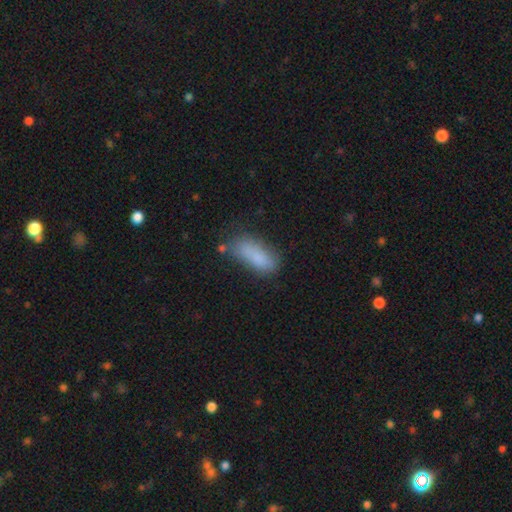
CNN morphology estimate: smooth-or-featured: smooth: 81% | featured or disk: 10% | star or artifact: 8%
  how-rounded: in between: 74% | cigar-shaped: 24% | round: 2%
  merging: none: 55% | minor disturbance: 27% | major disturbance: 10% | merger: 8%